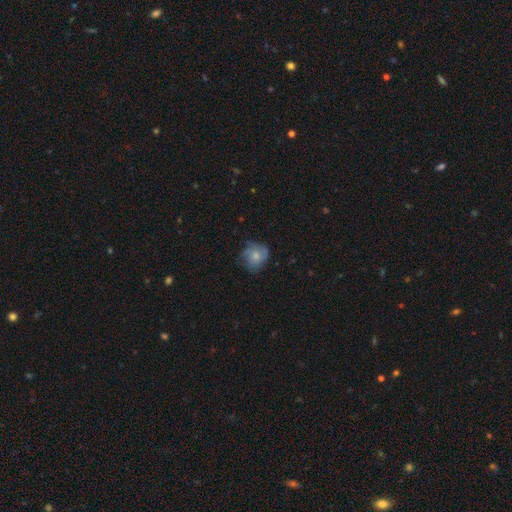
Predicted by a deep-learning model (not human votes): This appears to be a smooth galaxy with no disk features (62%) that is round (78%). Merging: none (63%).